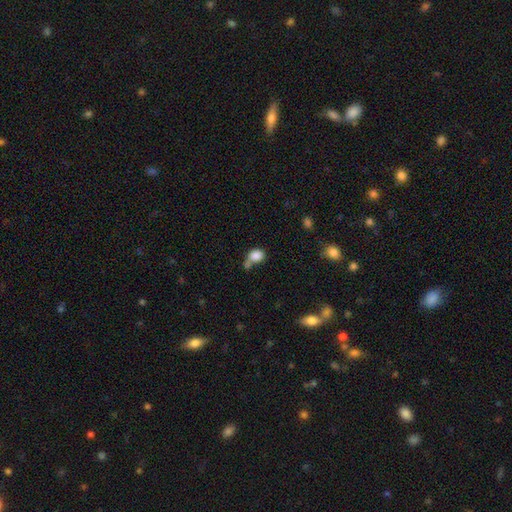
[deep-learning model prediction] smooth 83%, star or artifact 9%, featured or disk 8%. Down the decision tree: how rounded — in between (54%); merging — merger (36%).